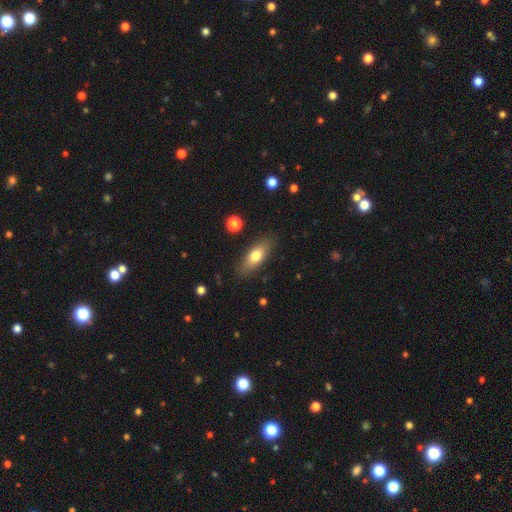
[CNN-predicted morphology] Smooth or featured: smooth — 74% (featured or disk — 20%)
How rounded: in between — 72% (cigar-shaped — 25%)
Merging: none — 84% (minor disturbance — 12%)